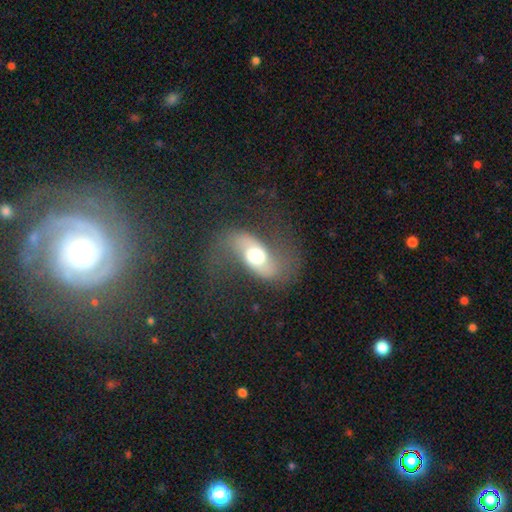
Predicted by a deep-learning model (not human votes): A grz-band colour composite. It shows a featured or disk galaxy (74%) with no bar (50%), 2 (91%) loose (72%) spiral arms (90%) and a moderate central bulge (54%). Merging: none (57%).